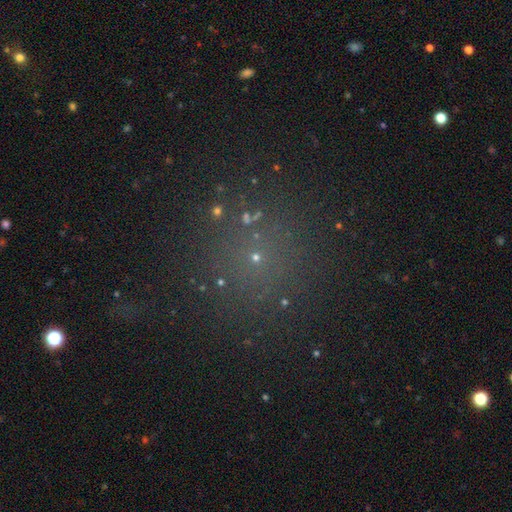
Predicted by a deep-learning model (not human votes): The model was most divided on "smooth or featured" (2-way tie): star or artifact: 45%, smooth: 45%, featured or disk: 10%.